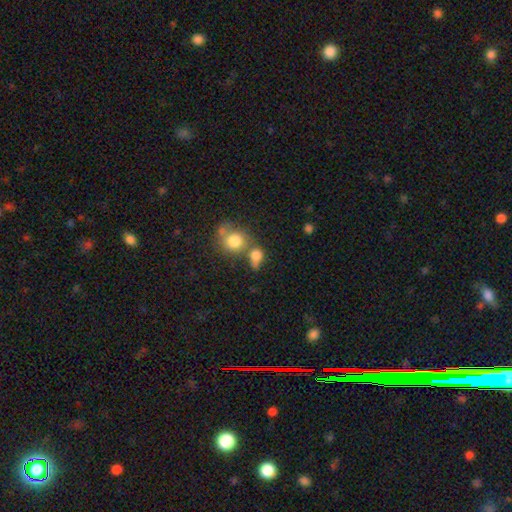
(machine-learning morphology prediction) This is likely a smooth galaxy (78%). How rounded: possibly round (58%). Merging: marginally merger (45%).